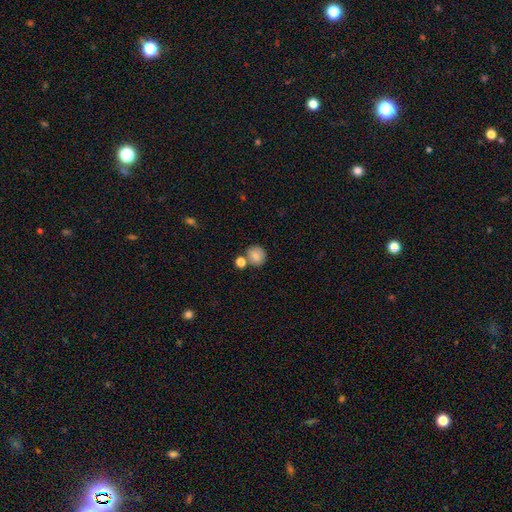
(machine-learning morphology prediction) Overall: smooth (76%). How rounded: round (80%). Merging: none (60%; merger 23%).